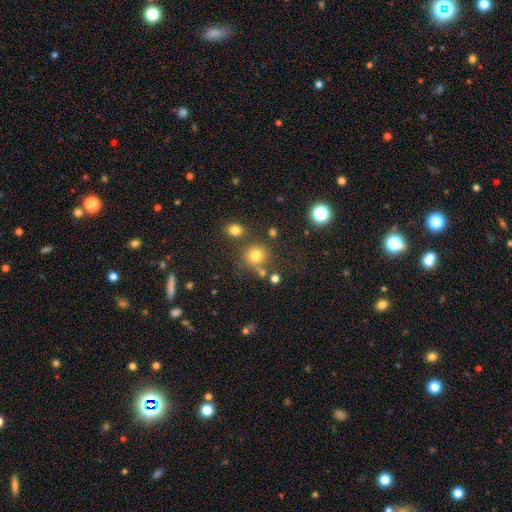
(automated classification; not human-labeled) smooth_or_featured: smooth (p=0.77) [alt: star or artifact p=0.15]
how_rounded: round (p=0.88) [alt: in between p=0.11]
merging: none (p=0.70) [alt: merger p=0.13]